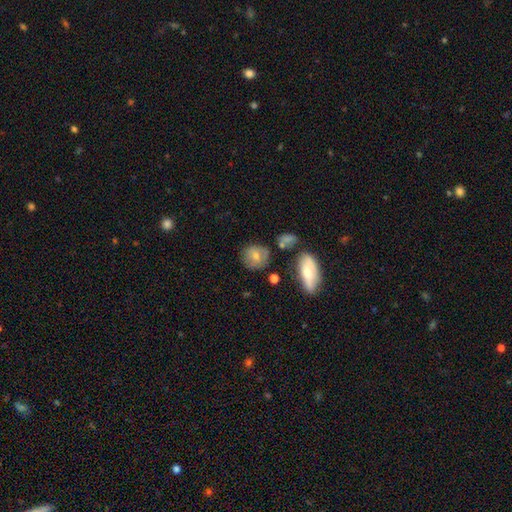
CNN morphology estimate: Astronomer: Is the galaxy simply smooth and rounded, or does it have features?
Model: smooth — 71%.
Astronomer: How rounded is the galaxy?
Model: round — 72%.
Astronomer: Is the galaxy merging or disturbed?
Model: none — 69%.